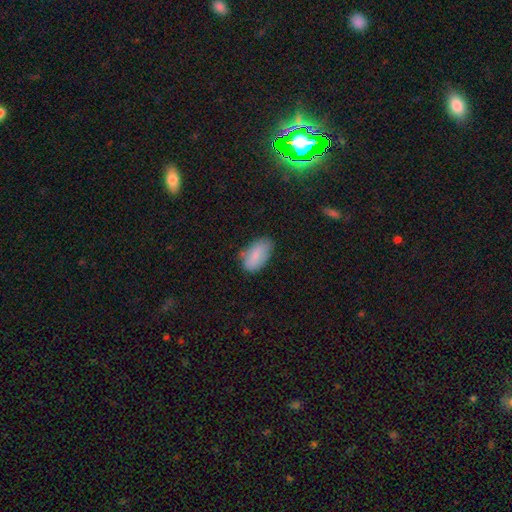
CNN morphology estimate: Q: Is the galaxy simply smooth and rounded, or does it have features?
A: smooth — 82%.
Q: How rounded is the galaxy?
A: in between — 94%.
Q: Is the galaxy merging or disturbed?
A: none — 63%.